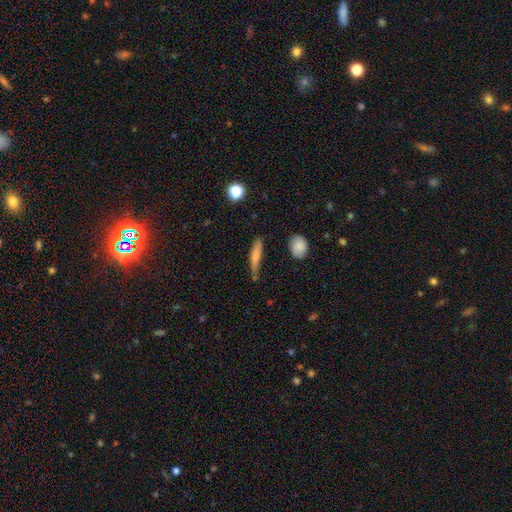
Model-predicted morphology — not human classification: Smooth or featured? Predicted: smooth (p=0.69). How rounded? Predicted: cigar-shaped (p=0.82). Merging? Predicted: none (p=0.65).